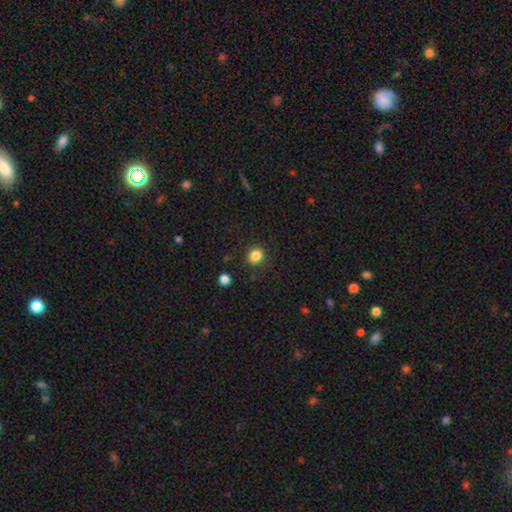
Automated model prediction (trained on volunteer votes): Smooth or featured? smooth (84%)
How rounded? round (76%)
Merging? none (86%)